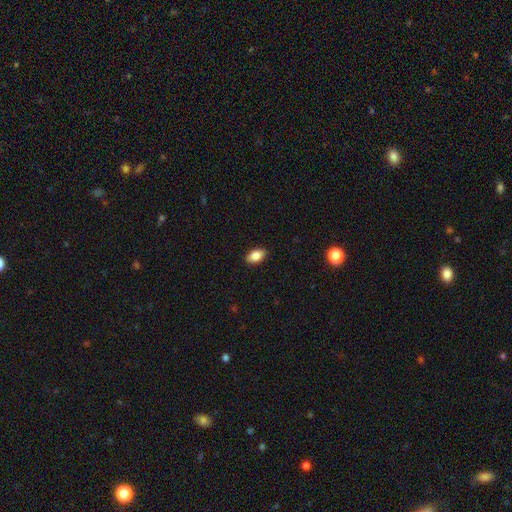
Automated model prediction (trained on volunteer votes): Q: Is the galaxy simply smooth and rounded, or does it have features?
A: smooth — 86%.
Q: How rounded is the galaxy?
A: in between — 92%.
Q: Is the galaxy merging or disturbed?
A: none — 89%.